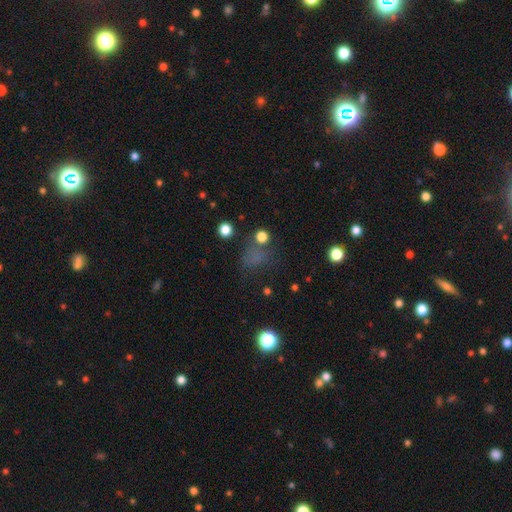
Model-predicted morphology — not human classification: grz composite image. It shows a smooth galaxy with no disk features (56%) that is round (54%). Merging: none (54%).